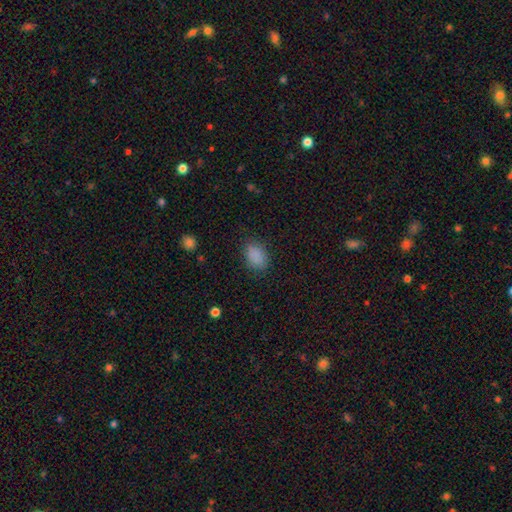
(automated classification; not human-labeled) smooth_or_featured: smooth (p=0.85) [alt: star or artifact p=0.11]
how_rounded: in between (p=0.79) [alt: round p=0.19]
merging: none (p=0.80) [alt: minor disturbance p=0.15]